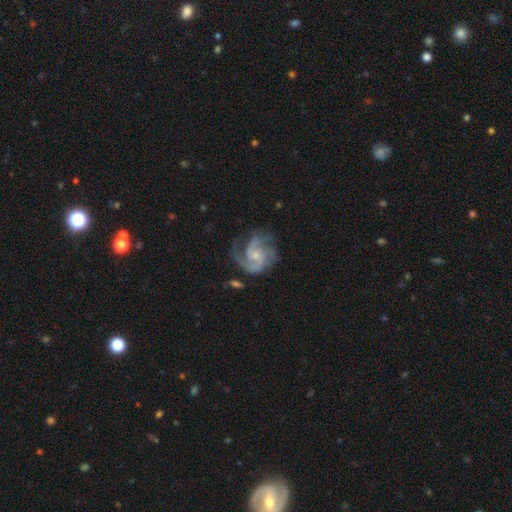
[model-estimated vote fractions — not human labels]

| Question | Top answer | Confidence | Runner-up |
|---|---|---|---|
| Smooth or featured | featured or disk | 89% | smooth (6%) |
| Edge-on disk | no | 98% | yes (2%) |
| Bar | no | 66% | weak (30%) |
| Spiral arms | yes | 97% | no (3%) |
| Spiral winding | medium | 51% | tight (34%) |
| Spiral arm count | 3 | 36% | 2 (35%) |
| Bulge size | small | 65% | moderate (30%) |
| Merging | none | 61% | minor disturbance (21%) |